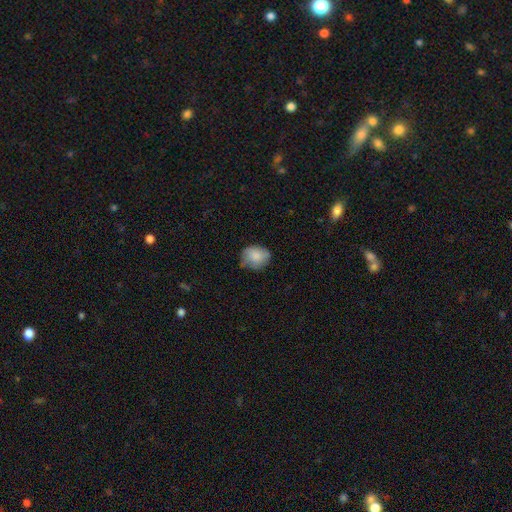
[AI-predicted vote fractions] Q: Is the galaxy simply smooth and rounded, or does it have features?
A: smooth — 81%.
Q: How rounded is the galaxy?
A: round — 57%.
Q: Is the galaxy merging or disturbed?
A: none — 60%.